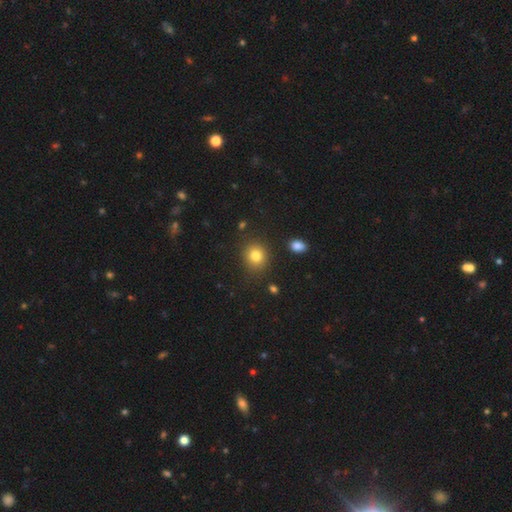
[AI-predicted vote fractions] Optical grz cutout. It shows a smooth galaxy with no disk features (81%) that is round (79%). Merging: none (85%).